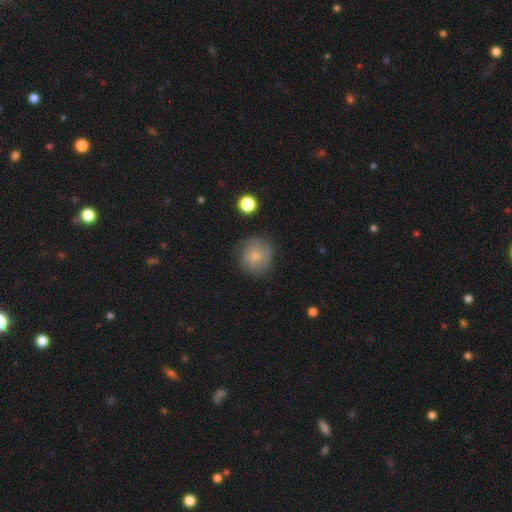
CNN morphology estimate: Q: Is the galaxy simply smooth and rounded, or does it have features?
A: smooth — 53%.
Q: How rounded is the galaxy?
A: round — 91%.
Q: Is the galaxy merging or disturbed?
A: none — 74%.